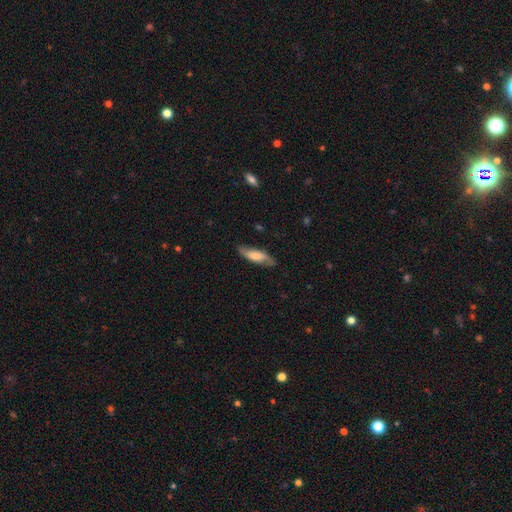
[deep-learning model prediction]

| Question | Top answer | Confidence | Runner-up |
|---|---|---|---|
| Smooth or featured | smooth | 57% | featured or disk (37%) |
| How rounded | in between | 49% | tied: cigar-shaped (49%) |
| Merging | none | 76% | minor disturbance (19%) |